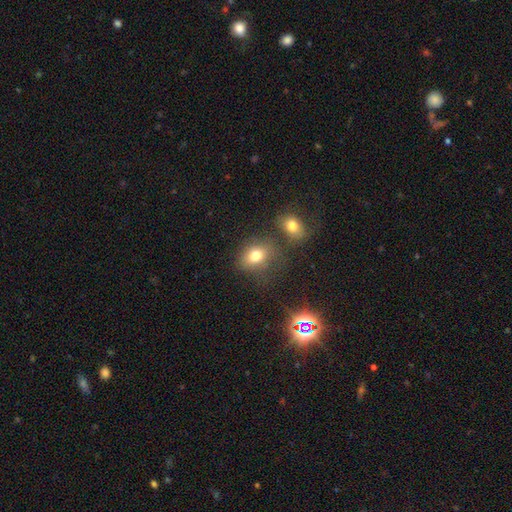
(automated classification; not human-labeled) Overall: smooth (74%). How rounded: in between (57%; round 41%). Merging: none (64%).